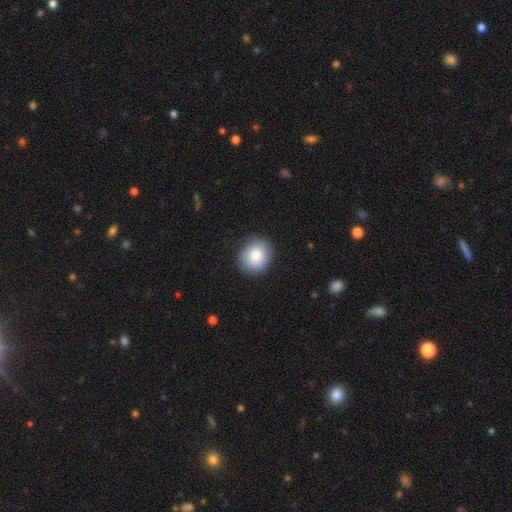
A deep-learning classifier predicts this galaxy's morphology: smooth-or-featured: smooth: 83% | featured or disk: 9% | star or artifact: 8%
  how-rounded: round: 83% | in between: 16% | cigar-shaped: 1%
  merging: none: 86% | minor disturbance: 10% | major disturbance: 3% | merger: 1%